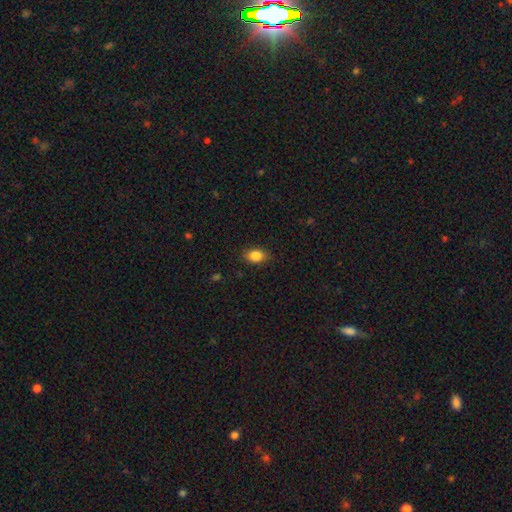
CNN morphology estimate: Smooth or featured? smooth (85%)
How rounded? in between (74%)
Merging? none (84%)